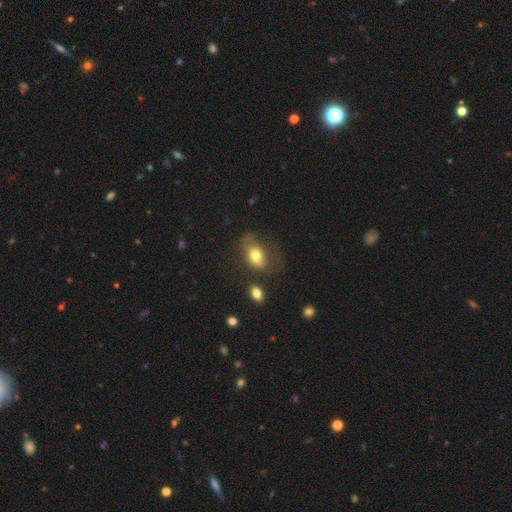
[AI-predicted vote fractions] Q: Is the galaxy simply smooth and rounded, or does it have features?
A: smooth — 75%.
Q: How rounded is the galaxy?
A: in between — 80%.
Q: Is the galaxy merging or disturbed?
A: none — 48%.